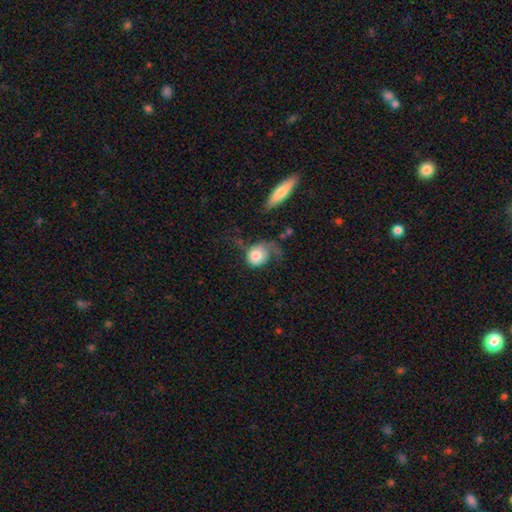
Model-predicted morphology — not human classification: A smooth galaxy with no disk features (69%) that is round (65%).

Vote fractions:
- Smooth or featured? smooth: 69% / featured or disk: 24% / star or artifact: 7%
- How rounded? round: 65% / in between: 33% / cigar-shaped: 1%
- Merging? major disturbance: 46% / none: 25% / minor disturbance: 23% / merger: 6%